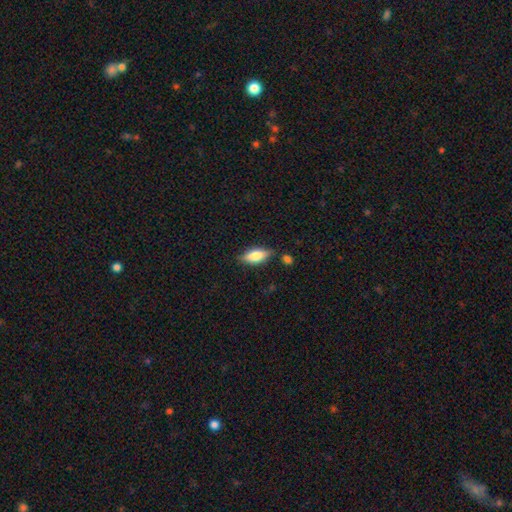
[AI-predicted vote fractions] This is likely a smooth galaxy (75%). How rounded: likely in between (78%). Merging: likely none (77%).